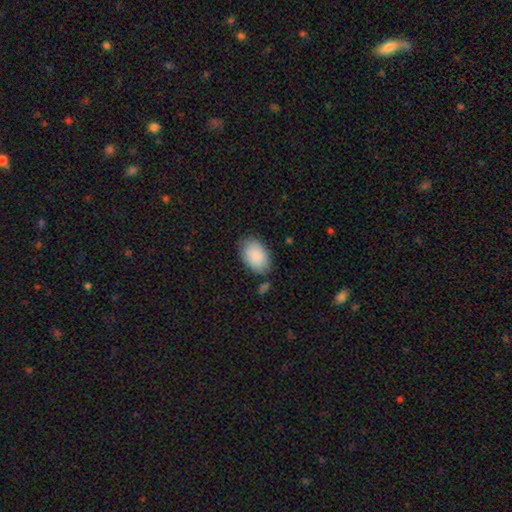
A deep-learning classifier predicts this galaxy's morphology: smooth_or_featured: smooth (p=0.89) [alt: star or artifact p=0.06]
how_rounded: in between (p=0.90) [alt: round p=0.09]
merging: none (p=0.77) [alt: minor disturbance p=0.15]